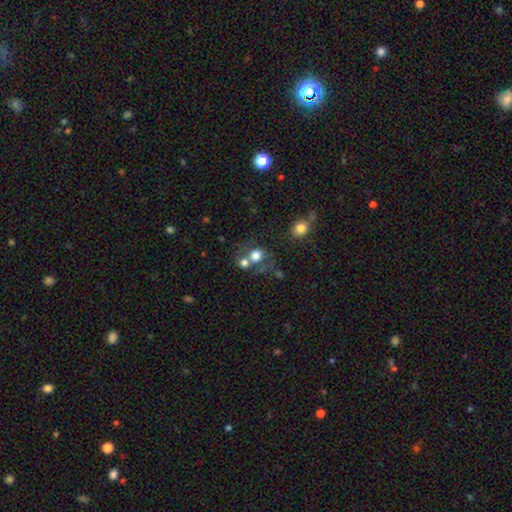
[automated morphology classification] smooth-or-featured: smooth: 67% | featured or disk: 20% | star or artifact: 13%
  how-rounded: round: 73% | in between: 26% | cigar-shaped: 1%
  merging: none: 40% | merger: 38% | minor disturbance: 12% | major disturbance: 10%